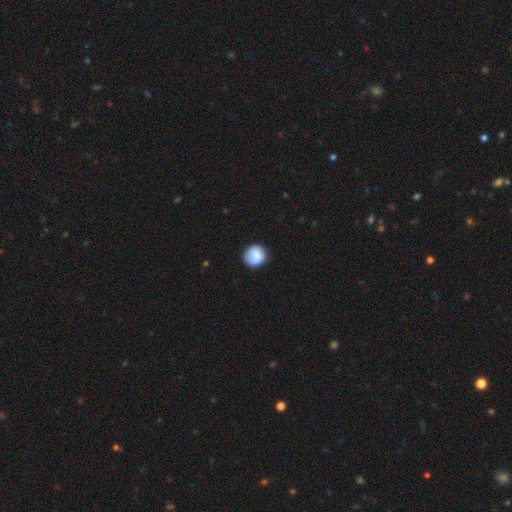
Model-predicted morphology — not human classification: smooth_or_featured: smooth (p=0.85) [alt: star or artifact p=0.07]
how_rounded: round (p=0.88) [alt: in between p=0.11]
merging: none (p=0.81) [alt: minor disturbance p=0.15]